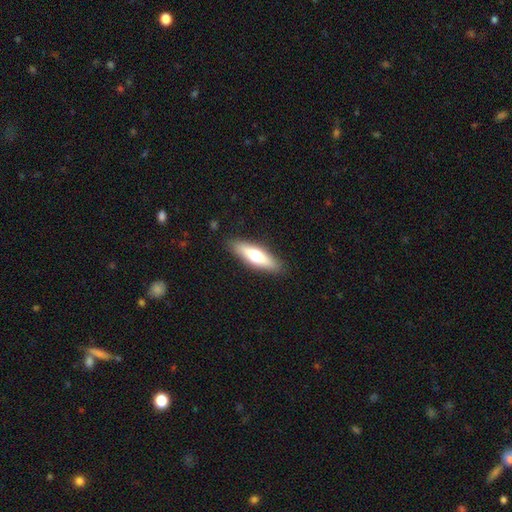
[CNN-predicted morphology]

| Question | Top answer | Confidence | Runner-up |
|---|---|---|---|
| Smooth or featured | smooth | 60% | featured or disk (35%) |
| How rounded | cigar-shaped | 60% | in between (38%) |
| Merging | none | 88% | minor disturbance (9%) |